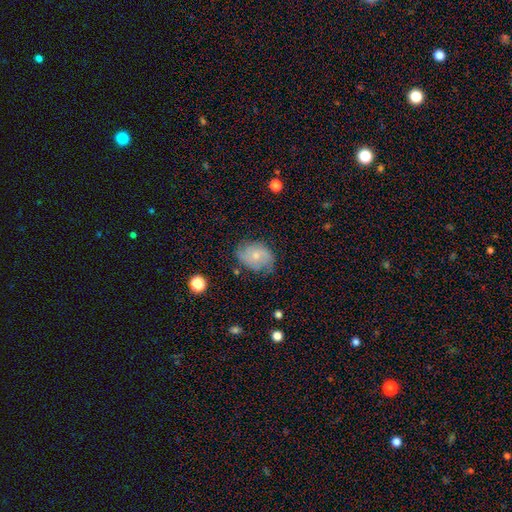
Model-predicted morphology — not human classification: Smooth or featured? featured or disk (49%)
Merging? none (64%)